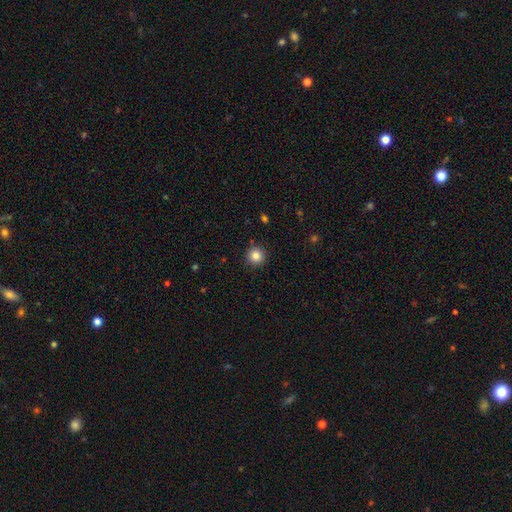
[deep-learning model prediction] A smooth galaxy with no disk features (84%) that is round (96%).

Vote fractions:
- Smooth or featured? smooth: 84% / star or artifact: 11% / featured or disk: 6%
- How rounded? round: 96% / in between: 3% / cigar-shaped: 1%
- Merging? none: 92% / minor disturbance: 5% / major disturbance: 2% / merger: 1%